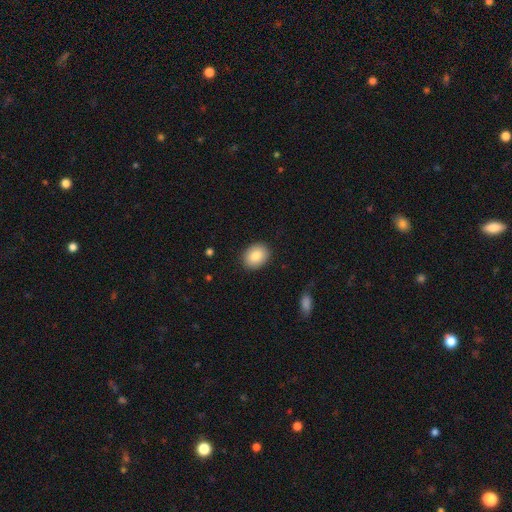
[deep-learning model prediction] Smooth or featured? Predicted: smooth (p=0.85). How rounded? Predicted: in between (p=0.55). Merging? Predicted: none (p=0.89).